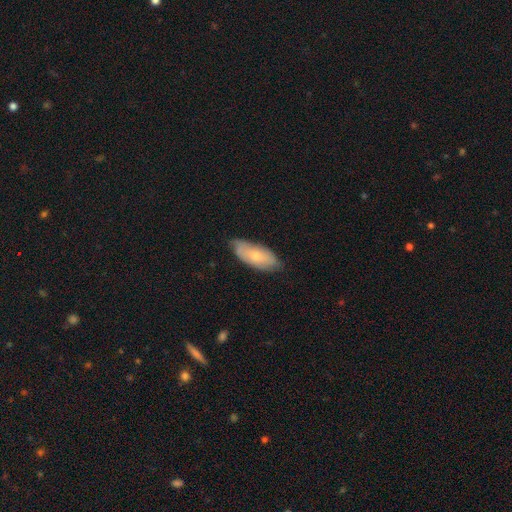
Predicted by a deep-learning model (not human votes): A smooth galaxy with no disk features (62%) that is in between round and cigar-shaped (85%).

Vote fractions:
- Smooth or featured? smooth: 62% / featured or disk: 32% / star or artifact: 6%
- How rounded? in between: 85% / cigar-shaped: 12% / round: 2%
- Merging? none: 69% / minor disturbance: 26% / major disturbance: 4% / merger: 1%